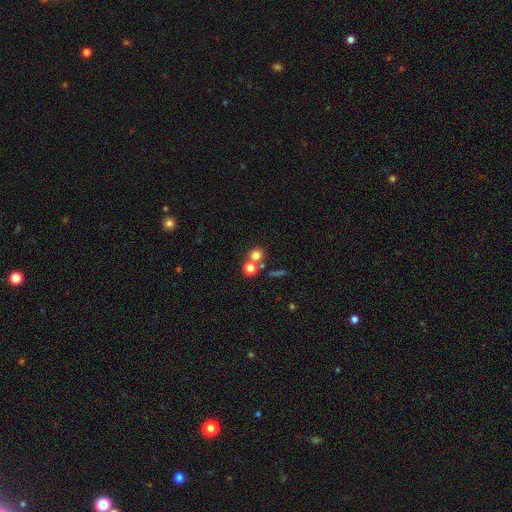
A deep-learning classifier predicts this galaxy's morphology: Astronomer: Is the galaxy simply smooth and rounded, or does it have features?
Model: smooth — 74%.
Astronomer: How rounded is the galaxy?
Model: round — 86%.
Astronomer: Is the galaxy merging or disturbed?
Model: none — 54% (runner-up: merger, 35%).